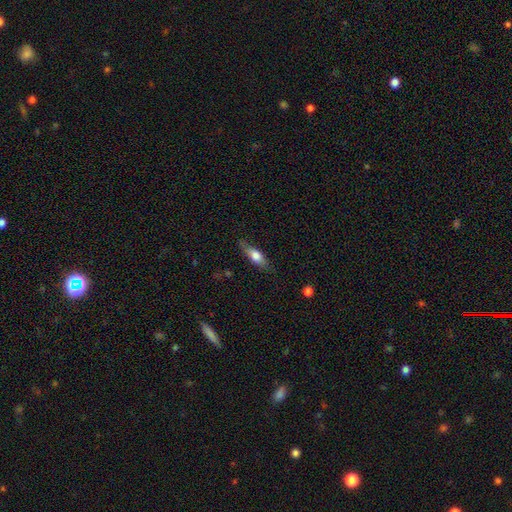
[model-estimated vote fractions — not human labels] A smooth galaxy with no disk features (63%) that is in between round and cigar-shaped (51%). Merging: none (74%).